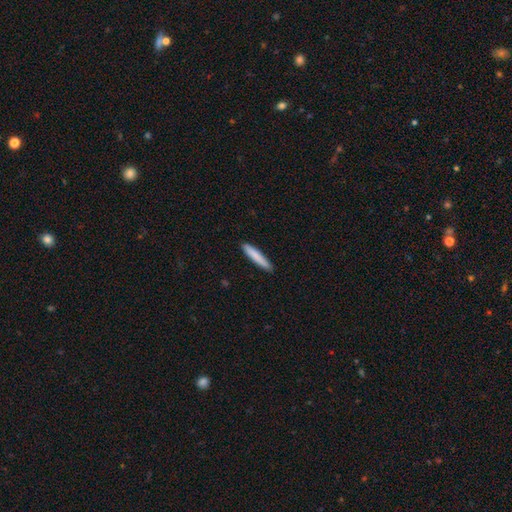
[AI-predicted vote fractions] Q: Smooth or featured?
A: smooth (83%); runner-up: featured or disk (11%)
Q: How rounded?
A: cigar-shaped (92%); runner-up: in between (7%)
Q: Merging?
A: none (90%); runner-up: minor disturbance (7%)